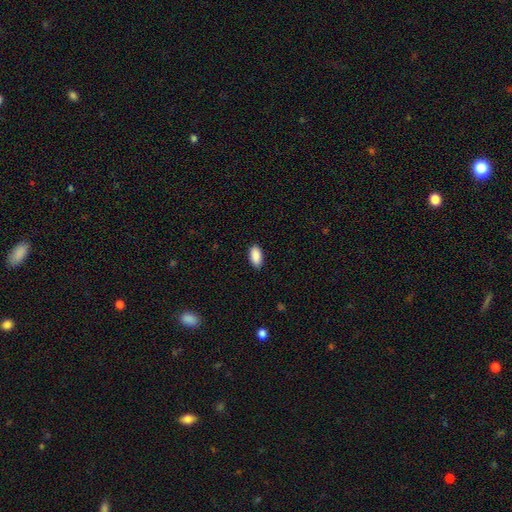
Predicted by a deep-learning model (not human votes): Morphology: type=smooth (90%); roundness=in between (93%); merging=none (89%).